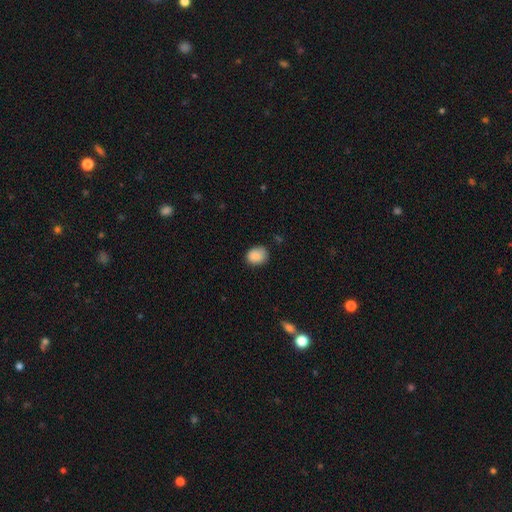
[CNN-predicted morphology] A smooth galaxy with no disk features (88%) that is round (54%). Merging: none (76%).